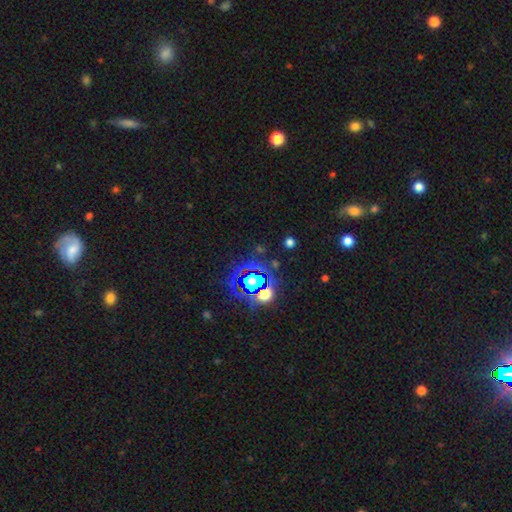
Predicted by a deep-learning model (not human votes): Smooth or featured: star or artifact — 79% (smooth — 13%)